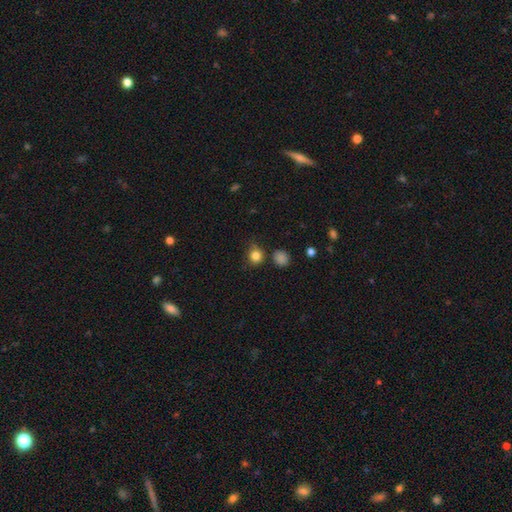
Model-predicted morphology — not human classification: Smooth or featured: smooth — 82% (star or artifact — 13%)
How rounded: round — 82% (in between — 17%)
Merging: none — 73% (minor disturbance — 17%)